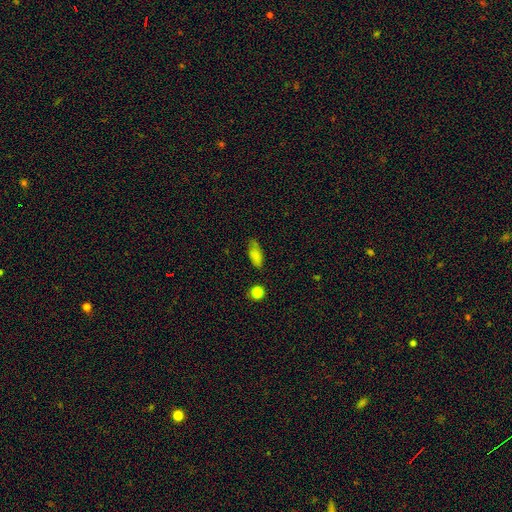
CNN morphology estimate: Overall: smooth (81%). How rounded: in between (81%). Merging: none (67%).